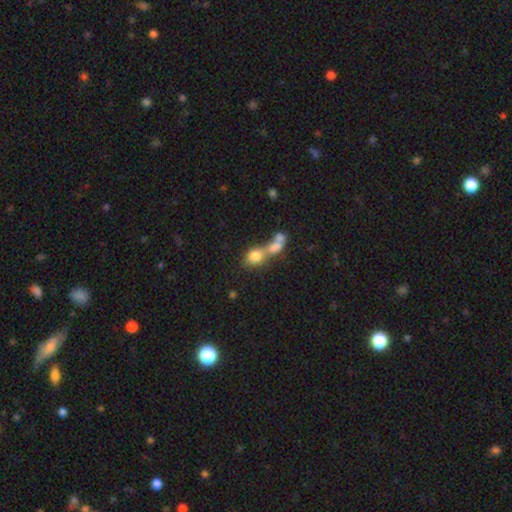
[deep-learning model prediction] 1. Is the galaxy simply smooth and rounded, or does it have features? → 76% smooth, 14% featured or disk, 10% star or artifact.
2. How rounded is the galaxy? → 48% round, 47% in between, 5% cigar-shaped.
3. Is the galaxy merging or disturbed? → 68% merger, 19% none, 6% major disturbance, 6% minor disturbance.